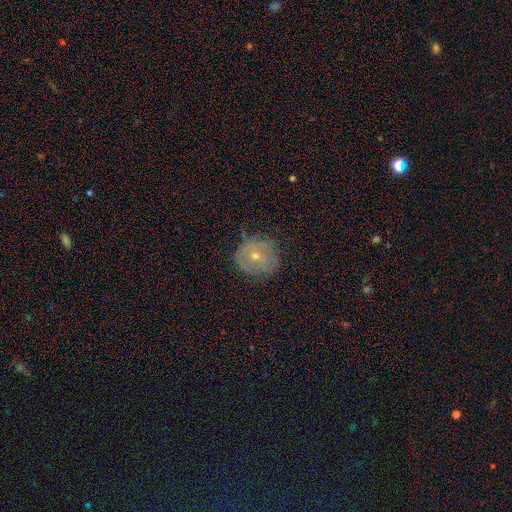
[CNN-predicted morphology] A featured or disk galaxy (55%) with no bar (67%), spiral arms (58%) and a small central bulge (49%). Merging: none (68%).